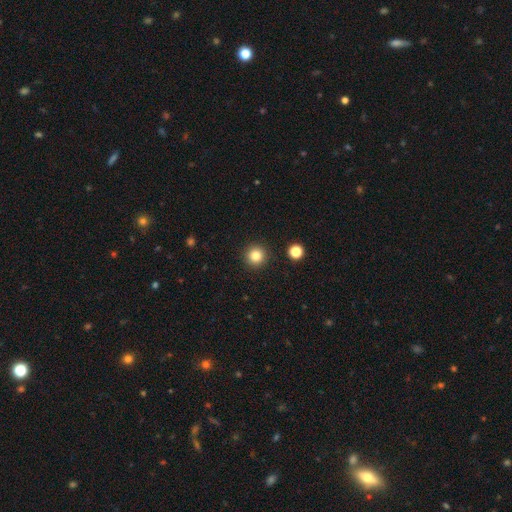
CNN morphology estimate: Smooth or featured?
  - smooth: 83% *
  - star or artifact: 11%
  - featured or disk: 5%
How rounded?
  - round: 96% *
  - in between: 3%
  - cigar-shaped: 1%
Merging?
  - none: 91% *
  - minor disturbance: 5%
  - major disturbance: 2%
  - merger: 2%